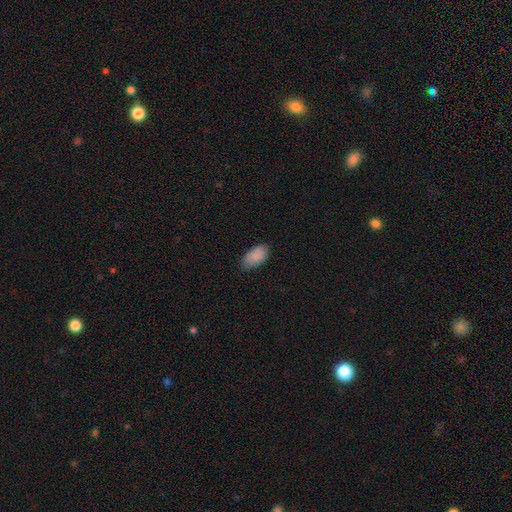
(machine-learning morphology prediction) Smooth or featured? Predicted: smooth (p=0.88). How rounded? Predicted: in between (p=0.94). Merging? Predicted: none (p=0.76).